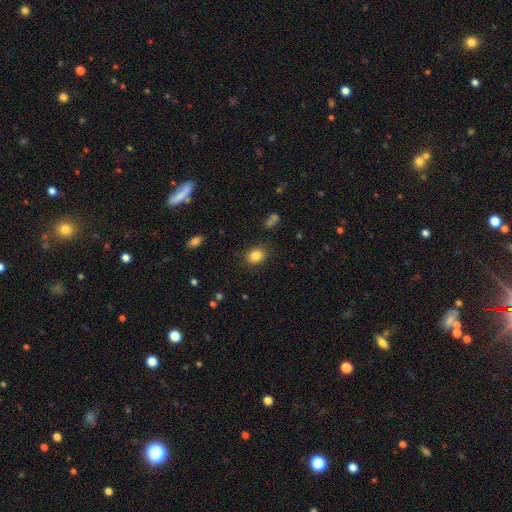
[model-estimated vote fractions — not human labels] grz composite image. It shows a smooth galaxy with no disk features (84%) that is round (60%). Merging: none (85%).